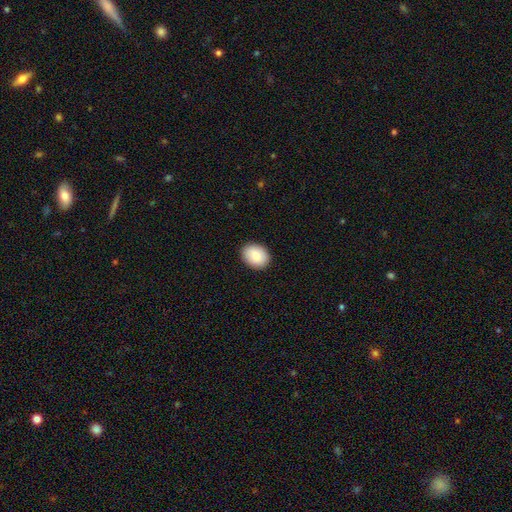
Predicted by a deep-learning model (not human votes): Smooth or featured?
  - smooth: 81% *
  - featured or disk: 12%
  - star or artifact: 7%
How rounded?
  - in between: 58% *
  - round: 41%
  - cigar-shaped: 1%
Merging?
  - none: 90% *
  - minor disturbance: 7%
  - major disturbance: 2%
  - merger: 1%